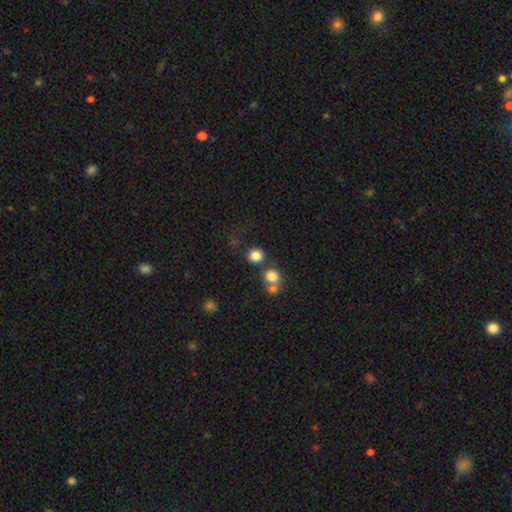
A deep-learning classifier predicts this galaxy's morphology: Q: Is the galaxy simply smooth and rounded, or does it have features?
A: smooth — 82%.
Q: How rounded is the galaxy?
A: round — 85%.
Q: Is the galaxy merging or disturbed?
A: none — 67%.